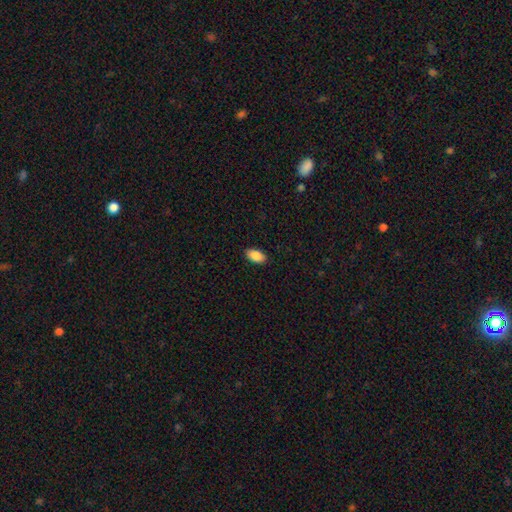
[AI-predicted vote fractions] Smooth or featured? smooth (89%)
How rounded? in between (94%)
Merging? none (88%)